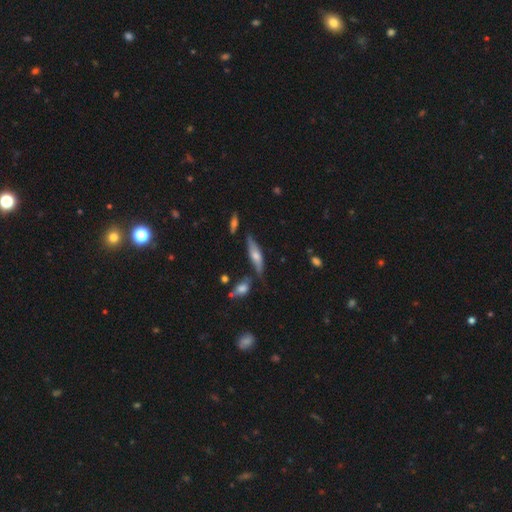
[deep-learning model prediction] smooth_or_featured: smooth (p=0.49) [alt: featured or disk p=0.44]
merging: none (p=0.61) [alt: minor disturbance p=0.22]